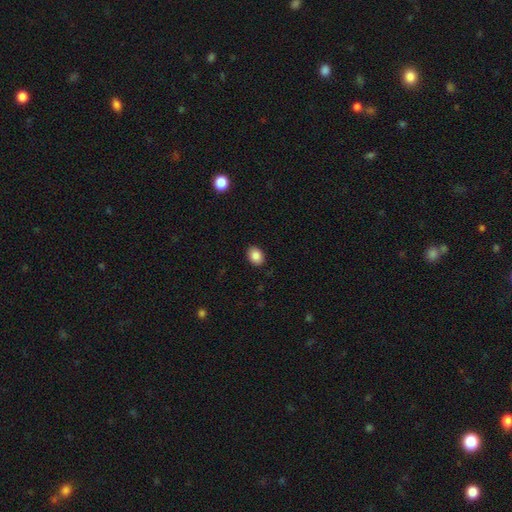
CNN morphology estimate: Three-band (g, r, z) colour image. It shows a smooth galaxy with no disk features (87%) that is in between round and cigar-shaped (59%). Merging: none (90%).